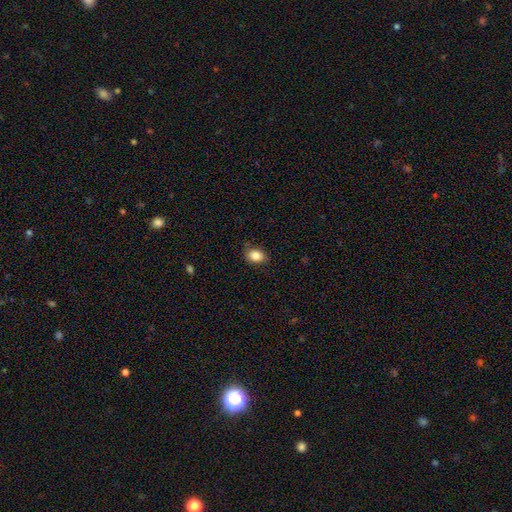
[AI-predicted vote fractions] Smooth or featured? smooth (85%)
How rounded? in between (71%)
Merging? none (82%)